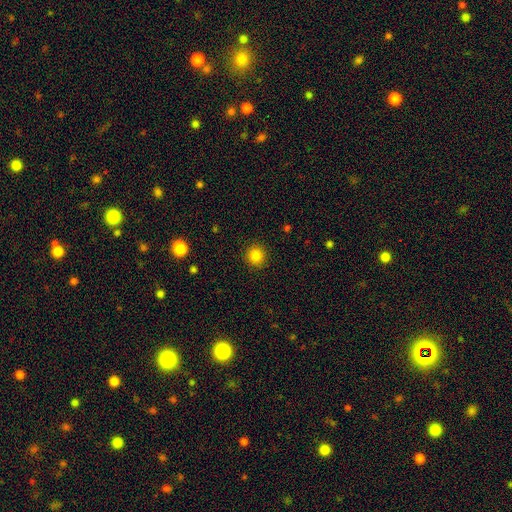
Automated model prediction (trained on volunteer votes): smooth 85%, star or artifact 11%, featured or disk 4%. Down the decision tree: how rounded — round (93%); merging — none (91%).